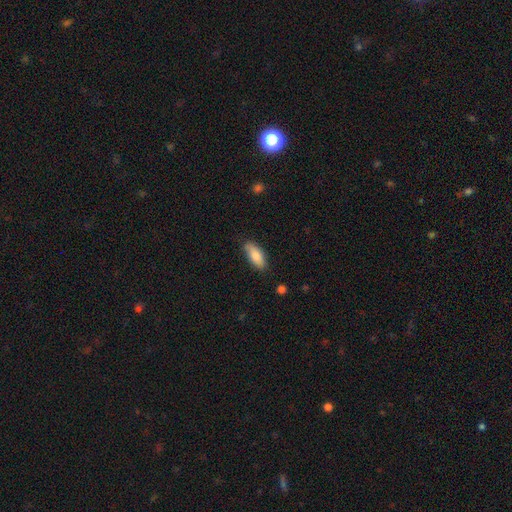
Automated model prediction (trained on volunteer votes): smooth-or-featured: smooth: 83% | featured or disk: 11% | star or artifact: 6%
  how-rounded: in between: 83% | cigar-shaped: 15% | round: 2%
  merging: none: 78% | minor disturbance: 18% | major disturbance: 3% | merger: 1%